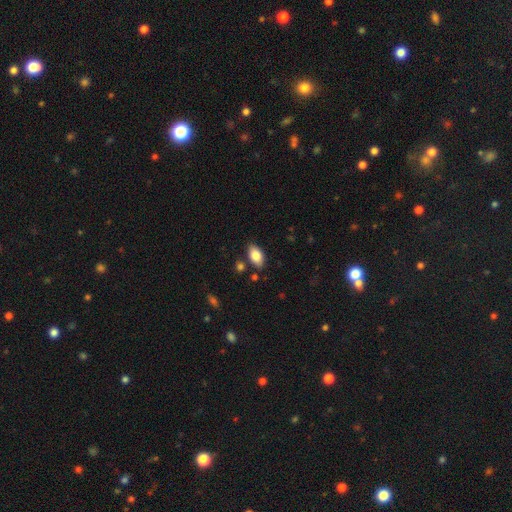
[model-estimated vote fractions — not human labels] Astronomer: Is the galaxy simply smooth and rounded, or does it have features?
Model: smooth — 84%.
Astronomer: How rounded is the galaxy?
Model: in between — 93%.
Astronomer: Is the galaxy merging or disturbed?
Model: none — 82%.